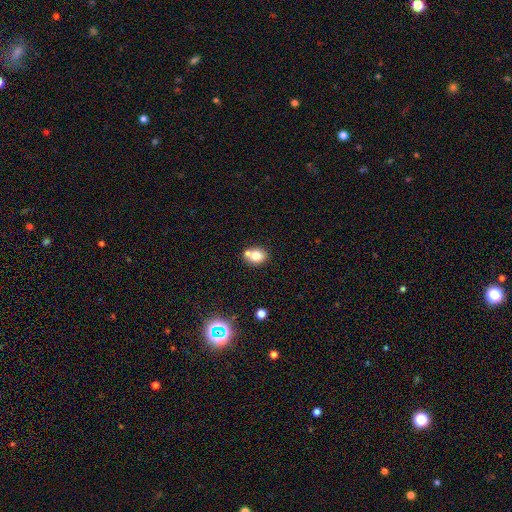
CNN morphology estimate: Smooth or featured: smooth — 76% (featured or disk — 13%)
How rounded: round — 51% (in between — 48%)
Merging: none — 52% (merger — 33%)